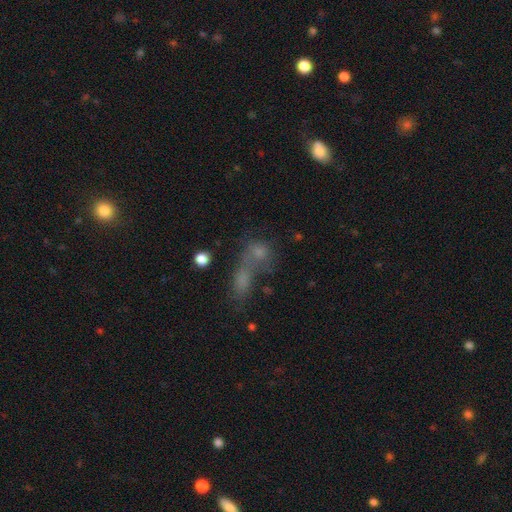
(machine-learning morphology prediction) Q: Smooth or featured?
A: smooth (59%); runner-up: star or artifact (24%)
Q: How rounded?
A: in between (48%); runner-up: round (40%)
Q: Merging?
A: merger (45%); runner-up: none (36%)